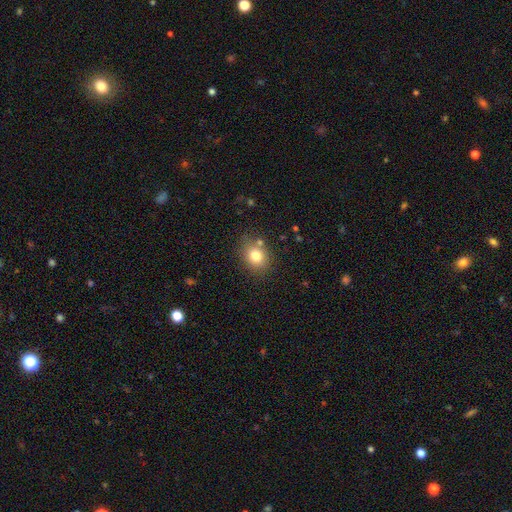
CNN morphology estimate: Smooth or featured: smooth — 78% (star or artifact — 12%)
How rounded: round — 62% (in between — 37%)
Merging: none — 76% (minor disturbance — 13%)